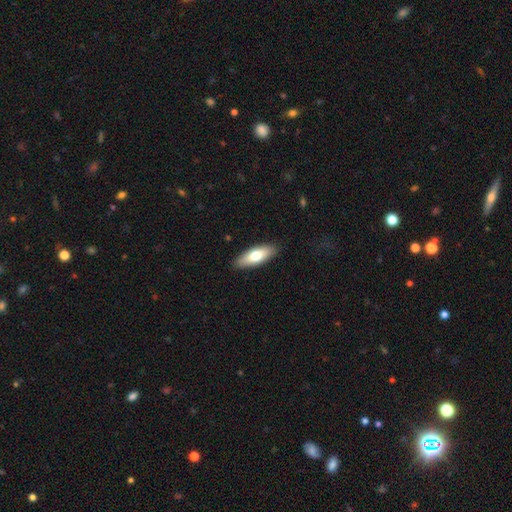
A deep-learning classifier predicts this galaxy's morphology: Smooth or featured? smooth (69%)
How rounded? in between (64%)
Merging? none (88%)